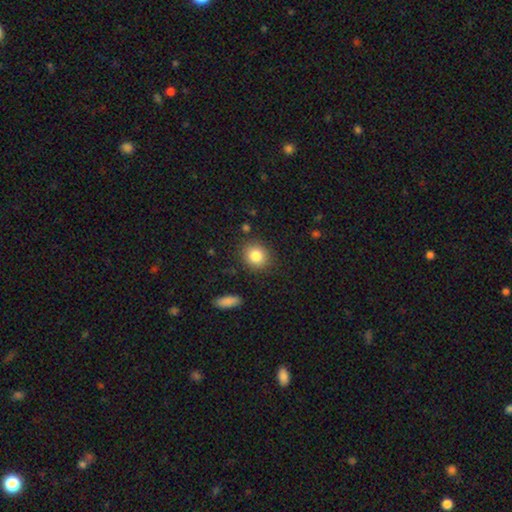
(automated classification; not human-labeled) Q: Smooth or featured?
A: smooth (84%); runner-up: star or artifact (9%)
Q: How rounded?
A: round (78%); runner-up: in between (21%)
Q: Merging?
A: none (87%); runner-up: minor disturbance (9%)